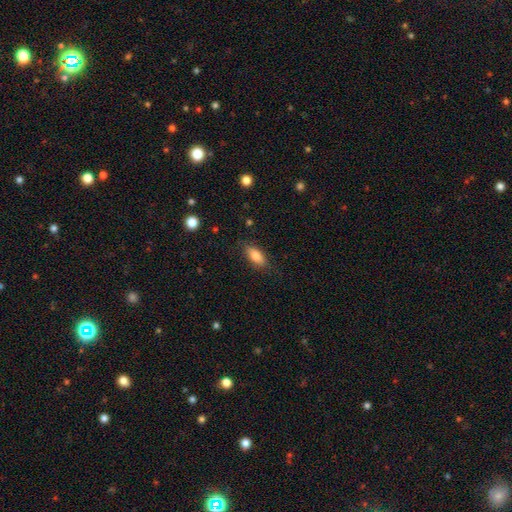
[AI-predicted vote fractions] smooth-or-featured: smooth: 82% | featured or disk: 10% | star or artifact: 8%
  how-rounded: in between: 84% | cigar-shaped: 13% | round: 3%
  merging: none: 81% | minor disturbance: 14% | major disturbance: 4% | merger: 1%